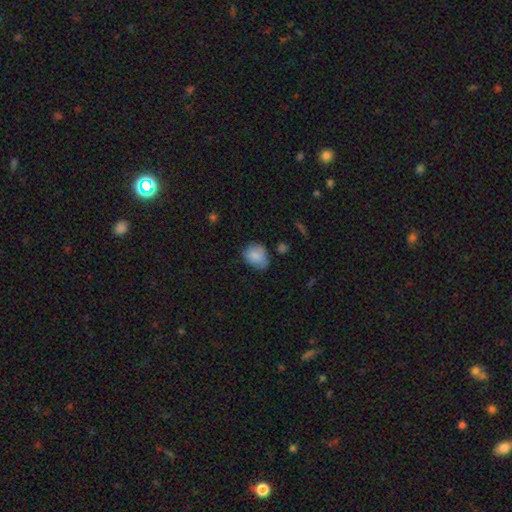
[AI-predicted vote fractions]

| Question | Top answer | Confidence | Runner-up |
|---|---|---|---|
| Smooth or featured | smooth | 83% | featured or disk (9%) |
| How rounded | in between | 56% | round (43%) |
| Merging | none | 56% | minor disturbance (33%) |